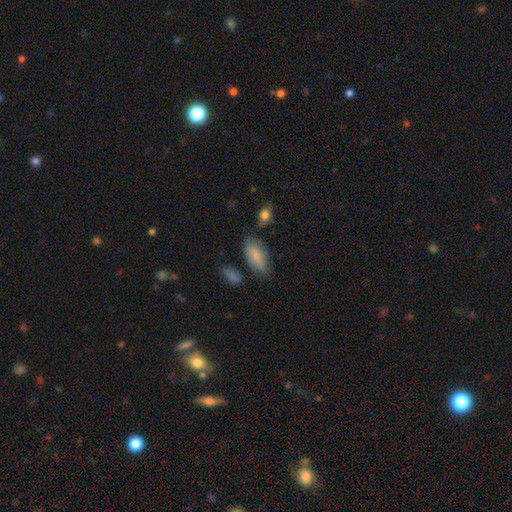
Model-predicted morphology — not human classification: smooth 84%, featured or disk 9%, star or artifact 7%. Down the decision tree: how rounded — in between (89%); merging — none (65%).